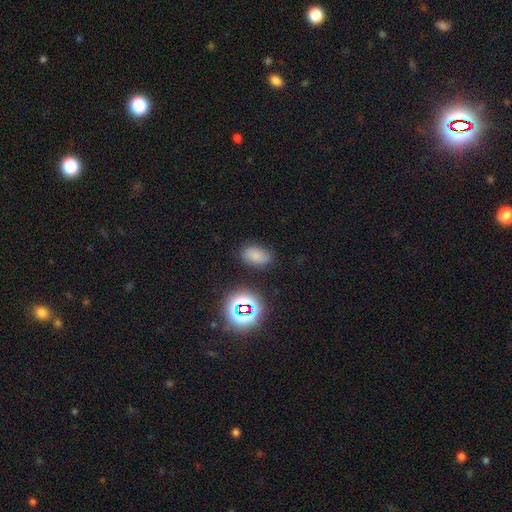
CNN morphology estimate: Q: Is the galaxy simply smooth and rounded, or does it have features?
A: smooth — 72%.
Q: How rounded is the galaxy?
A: in between — 88%.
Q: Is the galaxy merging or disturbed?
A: none — 79%.